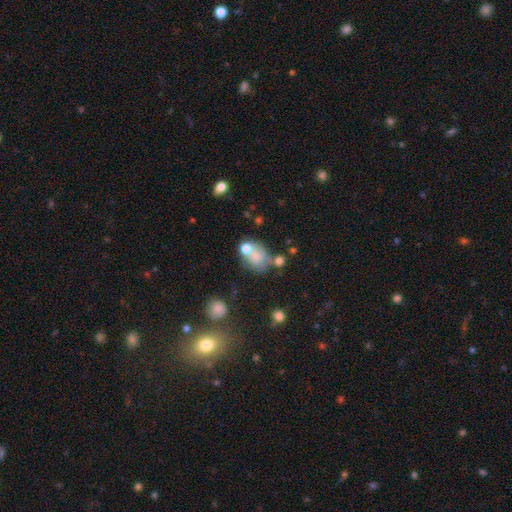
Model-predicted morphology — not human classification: smooth-or-featured: smooth: 60% | featured or disk: 26% | star or artifact: 14%
  how-rounded: in between: 62% | round: 37% | cigar-shaped: 1%
  merging: none: 31% | merger: 26% | minor disturbance: 22% | major disturbance: 21%